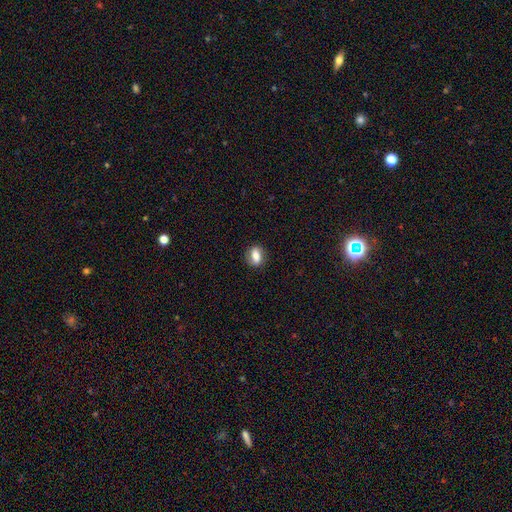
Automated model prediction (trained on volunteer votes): smooth_or_featured: smooth (p=0.69) [alt: featured or disk p=0.22]
how_rounded: in between (p=0.66) [alt: round p=0.26]
merging: none (p=0.84) [alt: minor disturbance p=0.12]